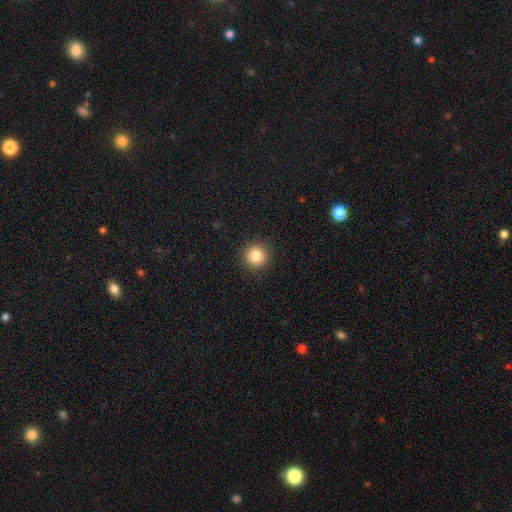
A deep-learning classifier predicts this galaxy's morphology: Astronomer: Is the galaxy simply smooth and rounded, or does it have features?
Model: smooth — 86%.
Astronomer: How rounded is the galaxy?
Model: round — 95%.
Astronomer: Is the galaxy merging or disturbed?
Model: none — 91%.